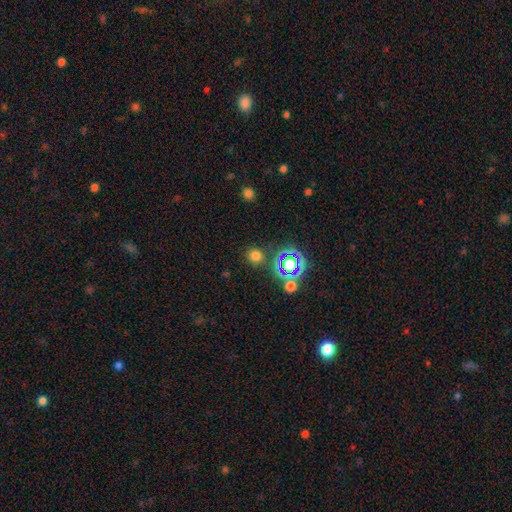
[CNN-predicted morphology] This appears to be a smooth galaxy with no disk features (70%) that is round (88%). Merging: none (83%).